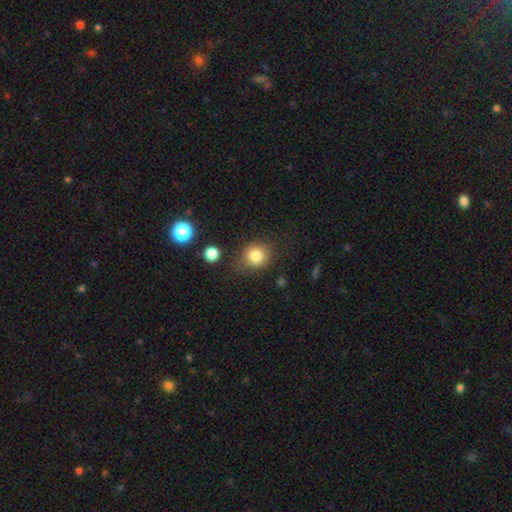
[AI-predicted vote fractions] Q: Smooth or featured?
A: smooth (82%); runner-up: star or artifact (11%)
Q: How rounded?
A: round (82%); runner-up: in between (17%)
Q: Merging?
A: none (71%); runner-up: minor disturbance (18%)